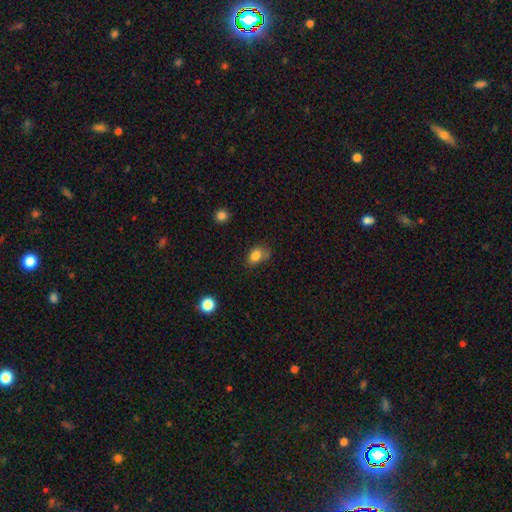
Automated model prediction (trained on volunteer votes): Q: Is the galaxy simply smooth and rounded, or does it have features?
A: smooth — 82%.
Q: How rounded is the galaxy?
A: in between — 71%.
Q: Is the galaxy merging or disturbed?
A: none — 53%.